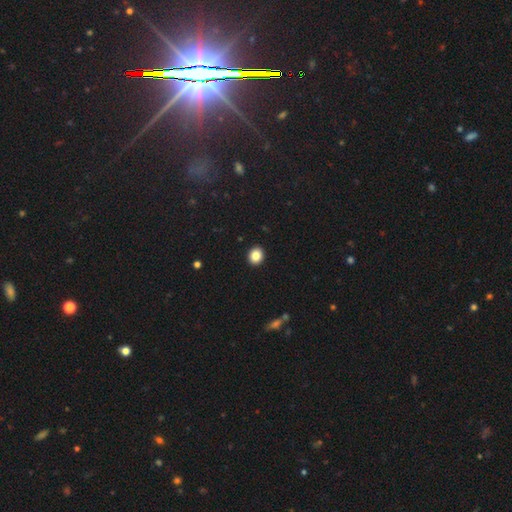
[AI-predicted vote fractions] Smooth or featured? Predicted: smooth (p=0.86). How rounded? Predicted: round (p=0.70). Merging? Predicted: none (p=0.93).